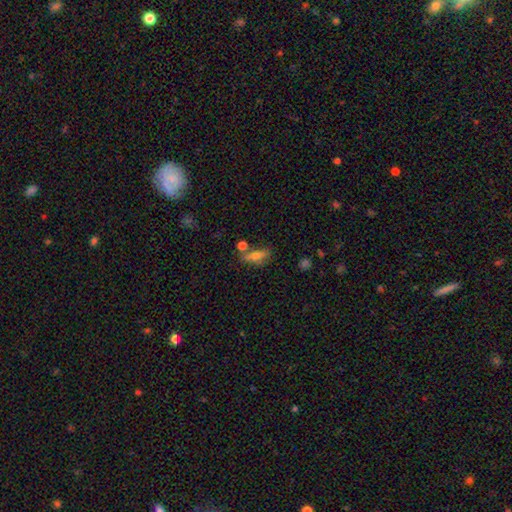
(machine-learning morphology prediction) Overall: smooth (62%; featured or disk 28%). How rounded: in between (58%; cigar-shaped 35%). Merging: none (57%; minor disturbance 18%).